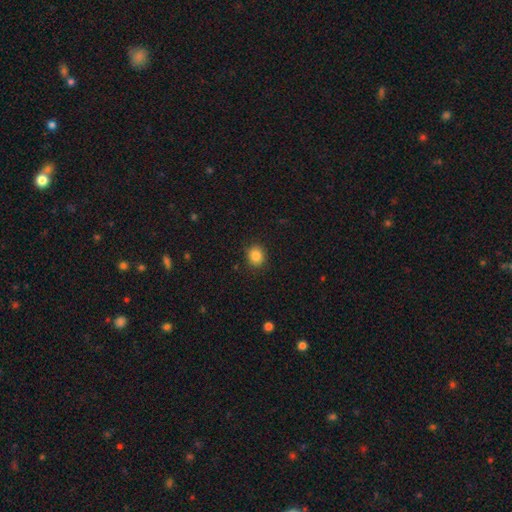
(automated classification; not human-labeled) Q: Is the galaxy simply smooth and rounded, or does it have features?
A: smooth — 86%.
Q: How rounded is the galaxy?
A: round — 77%.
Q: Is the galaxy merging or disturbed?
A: none — 87%.